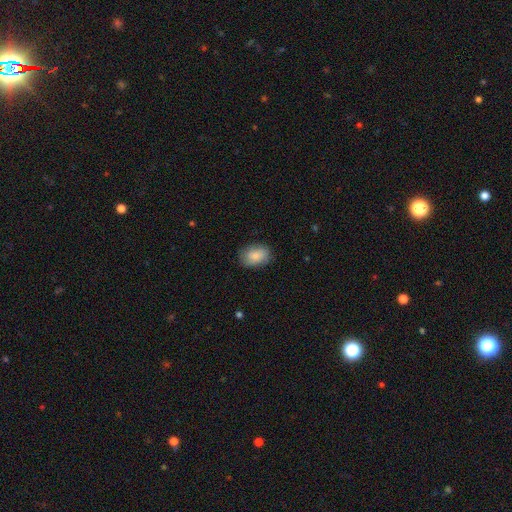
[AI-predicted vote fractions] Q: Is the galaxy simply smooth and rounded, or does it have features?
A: smooth — 84%.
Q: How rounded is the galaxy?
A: in between — 81%.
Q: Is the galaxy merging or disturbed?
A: none — 80%.